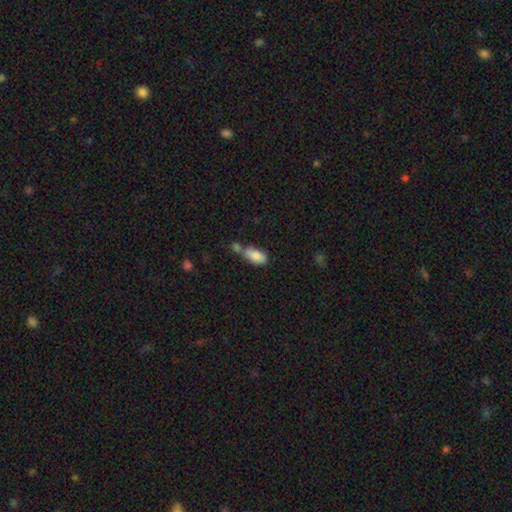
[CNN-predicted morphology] Smooth or featured: smooth — 82% (featured or disk — 11%)
How rounded: in between — 88% (cigar-shaped — 9%)
Merging: merger — 40% (none — 38%)